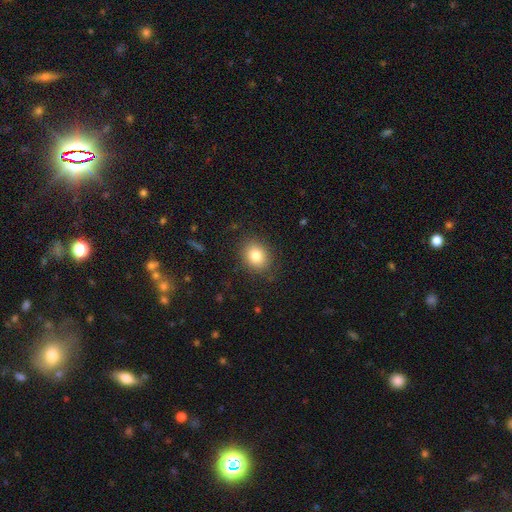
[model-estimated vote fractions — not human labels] This is clearly a smooth galaxy (82%). How rounded: possibly round (59%). Merging: clearly none (86%).